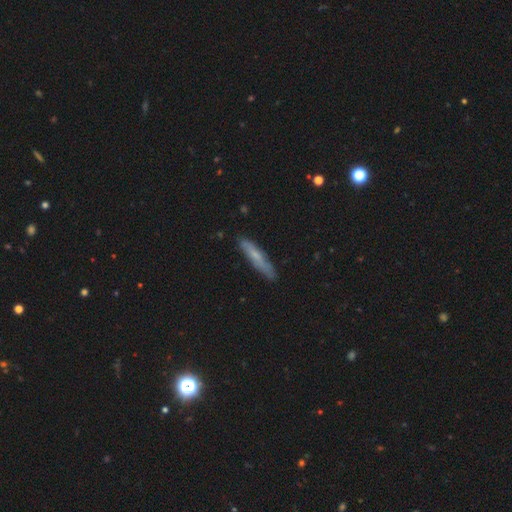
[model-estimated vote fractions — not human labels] Smooth or featured: smooth — 60% (featured or disk — 33%)
How rounded: cigar-shaped — 90% (in between — 8%)
Merging: none — 84% (minor disturbance — 13%)